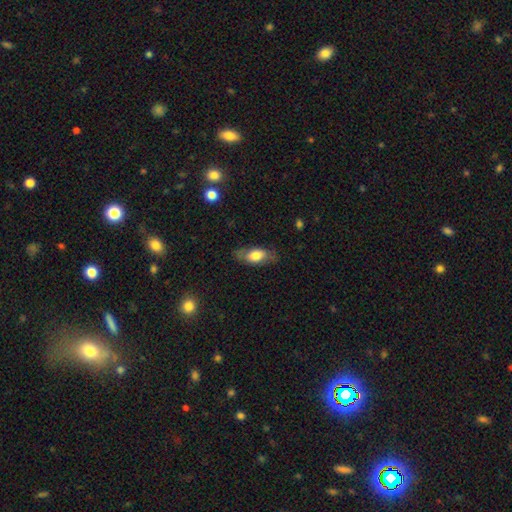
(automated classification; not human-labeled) Smooth or featured?
  - smooth: 67% *
  - featured or disk: 26%
  - star or artifact: 7%
How rounded?
  - in between: 83% *
  - cigar-shaped: 12%
  - round: 5%
Merging?
  - none: 72% *
  - minor disturbance: 20%
  - major disturbance: 6%
  - merger: 1%